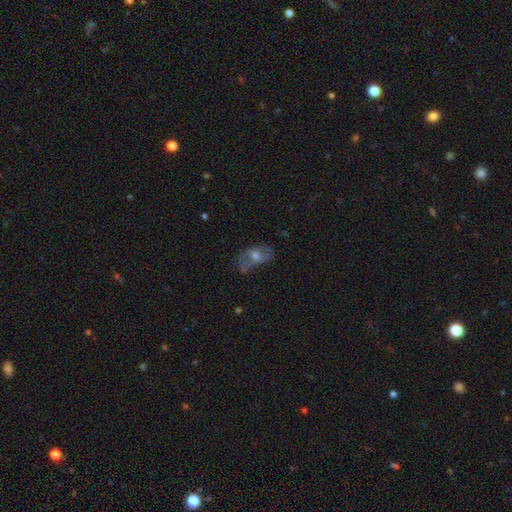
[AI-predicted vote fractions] Smooth or featured: featured or disk — 45% (smooth — 43%)
Merging: none — 54% (minor disturbance — 27%)